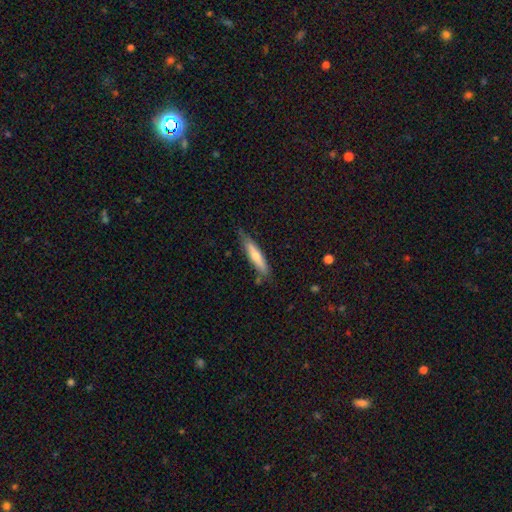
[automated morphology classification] This is possibly a smooth galaxy (59%). How rounded: clearly cigar-shaped (83%). Merging: likely none (73%).